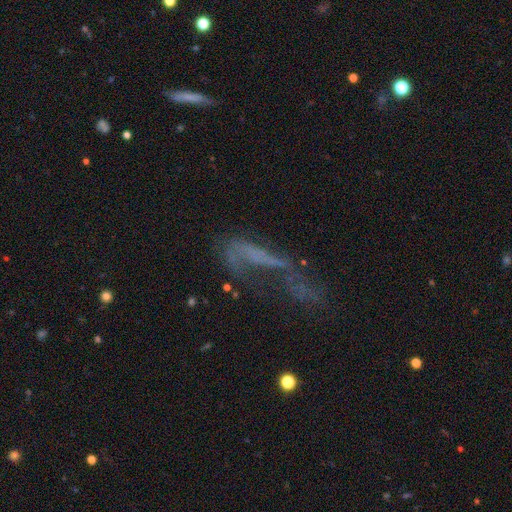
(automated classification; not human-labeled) Smooth or featured? featured or disk (45%)
Merging? major disturbance (48%)